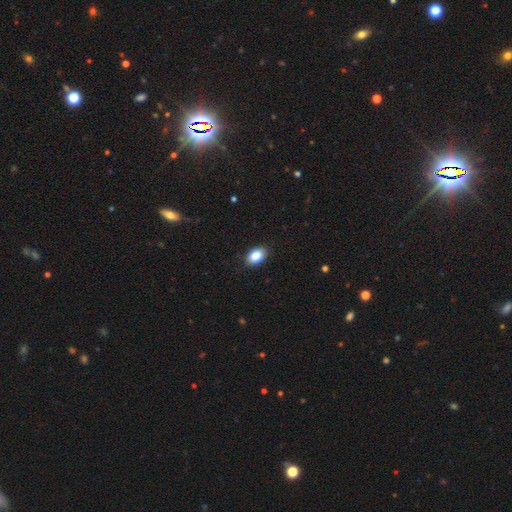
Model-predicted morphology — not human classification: Overall: smooth (85%). How rounded: in between (86%). Merging: none (88%).